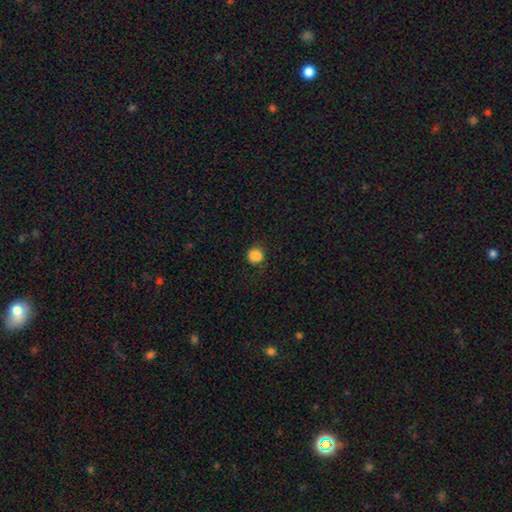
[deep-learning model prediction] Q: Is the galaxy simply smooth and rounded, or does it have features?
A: smooth — 84%.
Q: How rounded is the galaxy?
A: round — 72%.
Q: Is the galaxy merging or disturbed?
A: none — 70%.